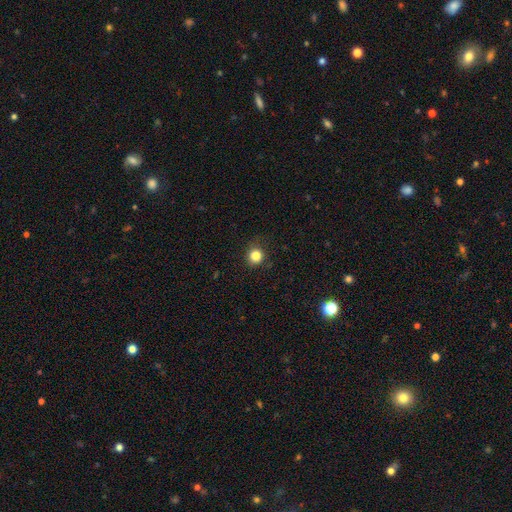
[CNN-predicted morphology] smooth 84%, star or artifact 12%, featured or disk 4%. Down the decision tree: how rounded — round (88%); merging — none (84%).